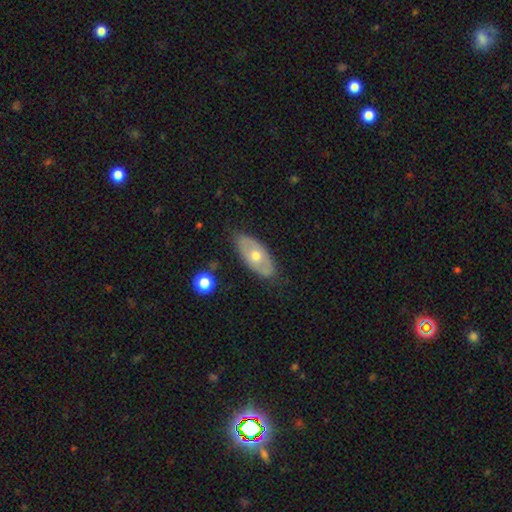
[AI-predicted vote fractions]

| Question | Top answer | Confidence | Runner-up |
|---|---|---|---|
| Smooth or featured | smooth | 48% | featured or disk (47%) |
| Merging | none | 80% | minor disturbance (15%) |